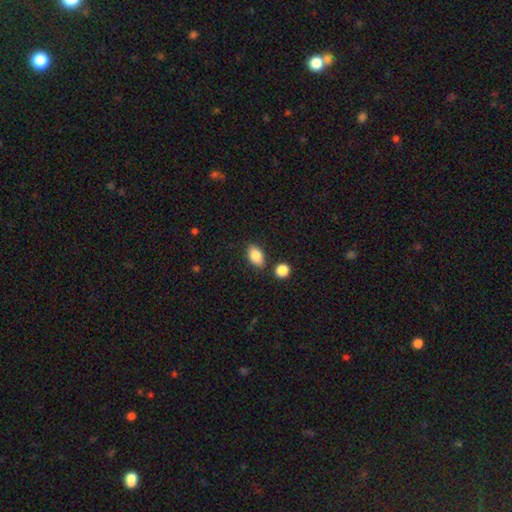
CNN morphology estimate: The model was most divided on "merging": none: 80%, minor disturbance: 11%, merger: 6%, major disturbance: 3%. More confident: how rounded — in between (88%); smooth or featured — smooth (85%).